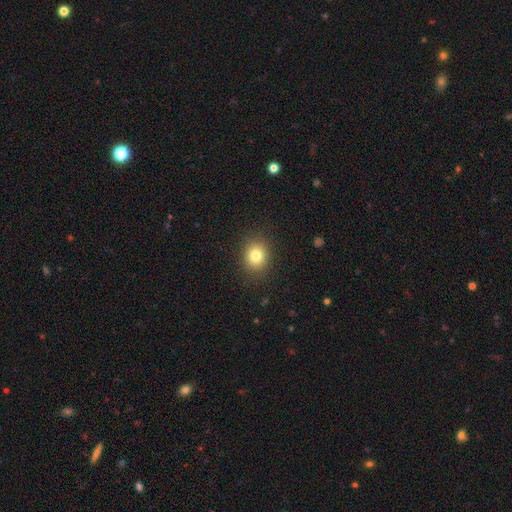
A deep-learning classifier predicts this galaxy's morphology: Overall: smooth (81%). How rounded: round (65%; in between 34%). Merging: none (88%).